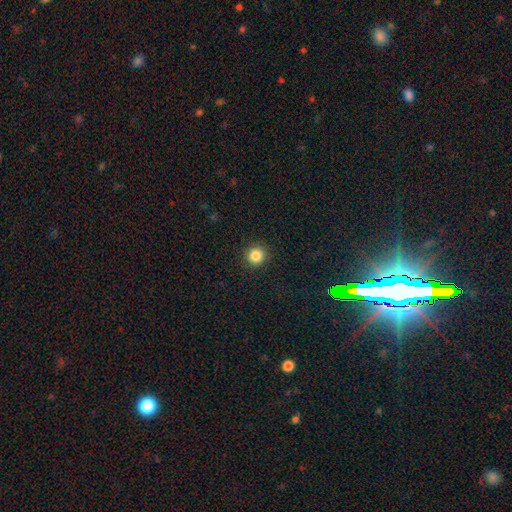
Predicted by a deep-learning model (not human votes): Q: Smooth or featured?
A: smooth (85%); runner-up: star or artifact (11%)
Q: How rounded?
A: round (94%); runner-up: in between (5%)
Q: Merging?
A: none (91%); runner-up: minor disturbance (6%)